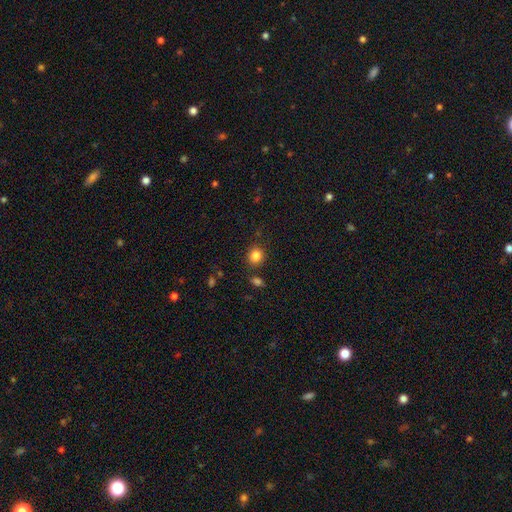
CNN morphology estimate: Smooth or featured? Predicted: smooth (p=0.84). How rounded? Predicted: round (p=0.79). Merging? Predicted: none (p=0.82).